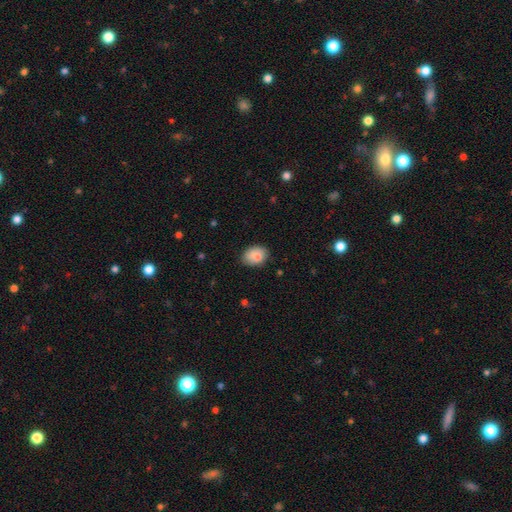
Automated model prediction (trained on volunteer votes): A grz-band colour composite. It shows a smooth galaxy with no disk features (85%) that is in between round and cigar-shaped (74%). Merging: none (78%).